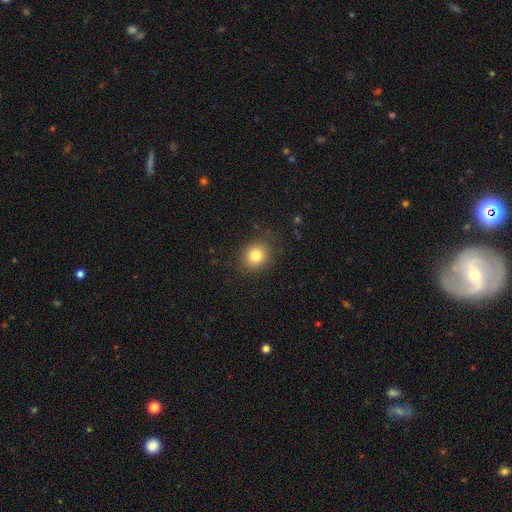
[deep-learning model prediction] Overall: smooth (82%). How rounded: round (79%). Merging: none (86%).